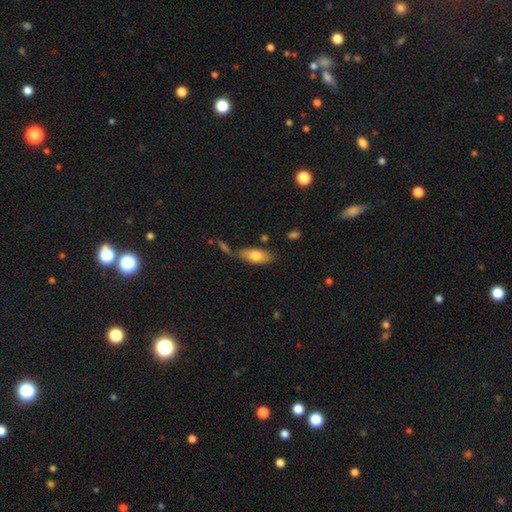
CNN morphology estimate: Smooth or featured? smooth (74%)
How rounded? in between (81%)
Merging? none (69%)